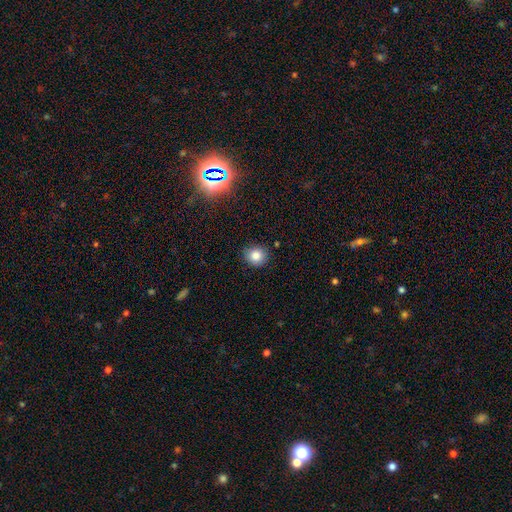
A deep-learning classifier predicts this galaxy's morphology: smooth_or_featured: smooth (p=0.83) [alt: star or artifact p=0.11]
how_rounded: round (p=0.83) [alt: in between p=0.16]
merging: none (p=0.89) [alt: minor disturbance p=0.08]